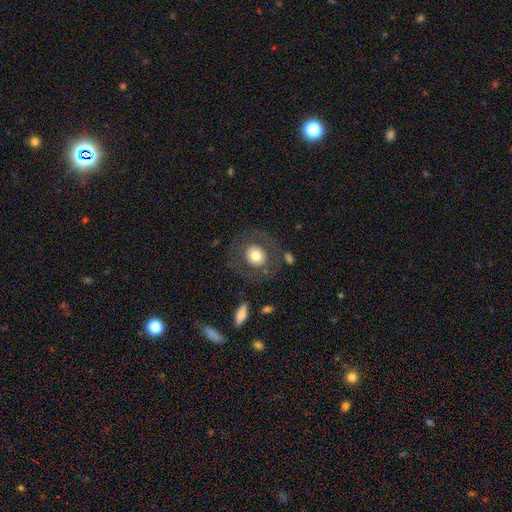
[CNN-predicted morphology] A smooth galaxy with no disk features (64%) that is round (80%).

Vote fractions:
- Smooth or featured? smooth: 64% / featured or disk: 28% / star or artifact: 8%
- How rounded? round: 80% / in between: 19% / cigar-shaped: 1%
- Merging? none: 78% / minor disturbance: 10% / major disturbance: 10% / merger: 2%